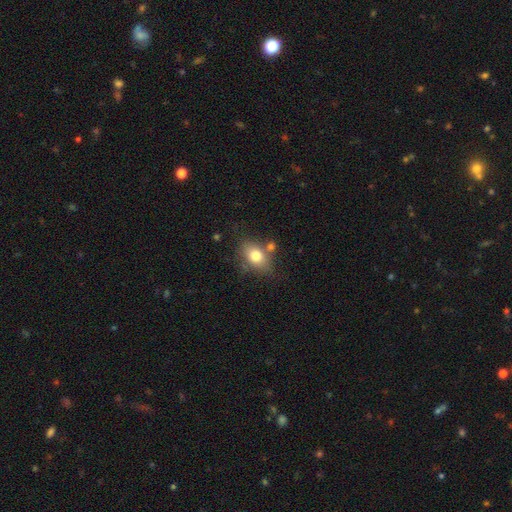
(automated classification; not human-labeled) Morphology: type=smooth (78%); roundness=in between (77%); merging=none (64%).